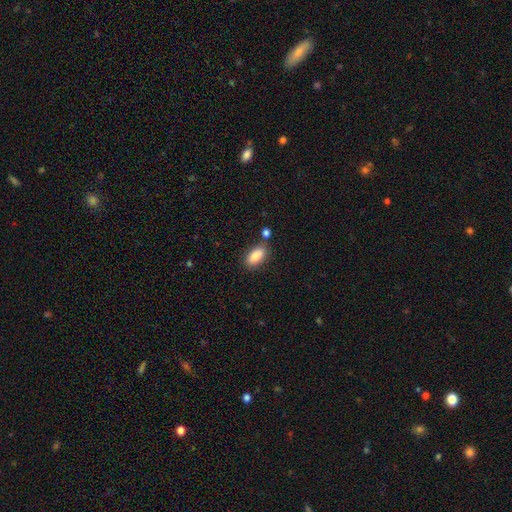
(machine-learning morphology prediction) smooth 85%, featured or disk 8%, star or artifact 7%. Down the decision tree: how rounded — in between (87%); merging — none (76%).